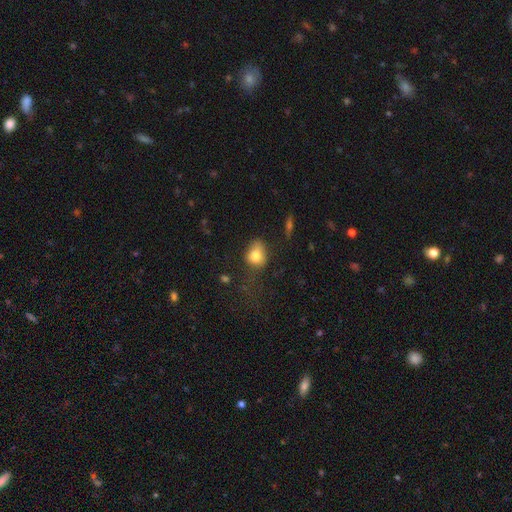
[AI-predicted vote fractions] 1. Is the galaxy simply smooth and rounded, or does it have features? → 79% smooth, 11% featured or disk, 10% star or artifact.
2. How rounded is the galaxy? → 53% in between, 46% round, 1% cigar-shaped.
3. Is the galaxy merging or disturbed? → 46% none, 31% minor disturbance, 20% major disturbance, 3% merger.